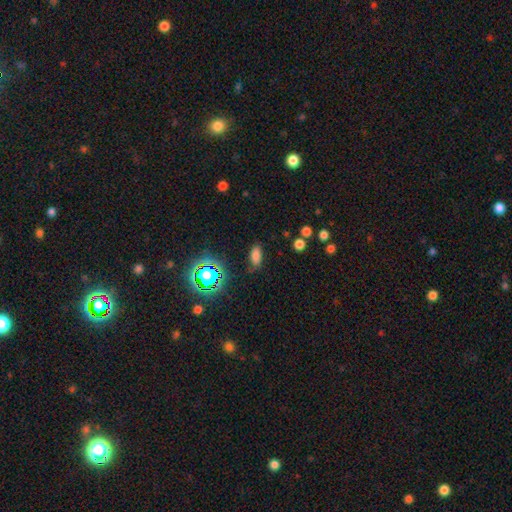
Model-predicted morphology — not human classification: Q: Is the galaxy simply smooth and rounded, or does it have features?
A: smooth — 71%.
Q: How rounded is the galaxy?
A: in between — 86%.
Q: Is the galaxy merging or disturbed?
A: none — 76%.